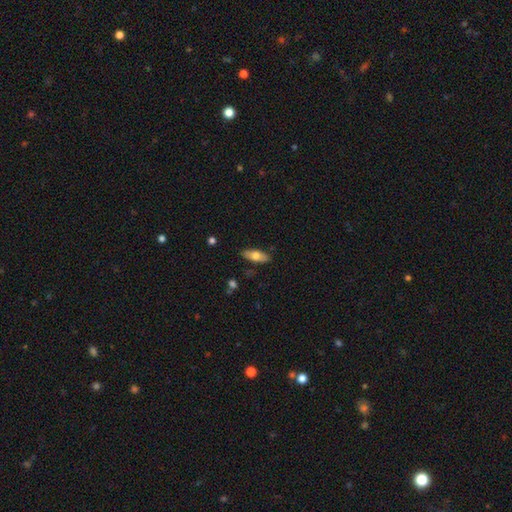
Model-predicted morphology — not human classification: Q: Smooth or featured?
A: smooth (67%); runner-up: featured or disk (27%)
Q: How rounded?
A: in between (71%); runner-up: cigar-shaped (26%)
Q: Merging?
A: none (87%); runner-up: minor disturbance (10%)